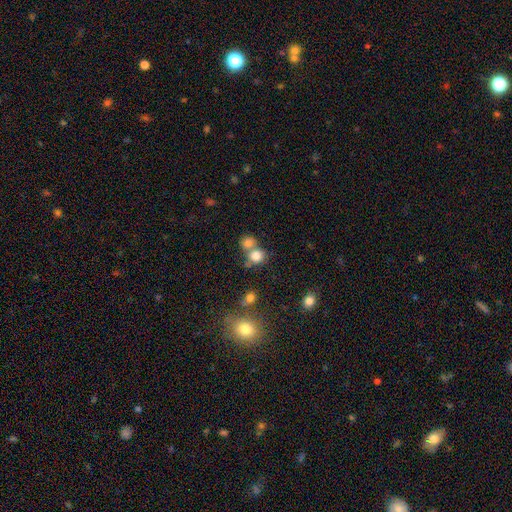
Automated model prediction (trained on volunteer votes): smooth 79%, star or artifact 13%, featured or disk 8%. Down the decision tree: how rounded — round (79%); merging — none (46%).